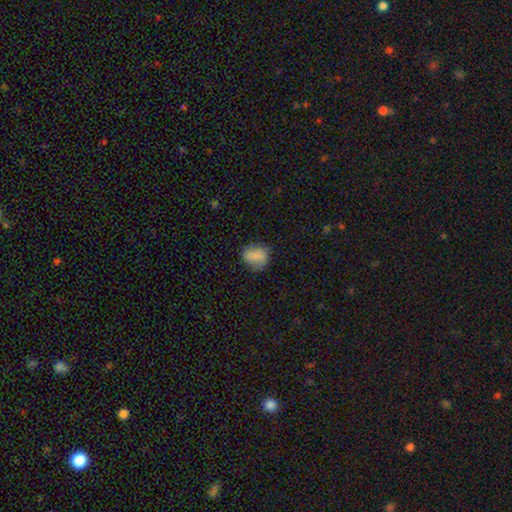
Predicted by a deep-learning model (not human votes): Morphology: type=smooth (80%); roundness=round (57%); merging=none (69%).